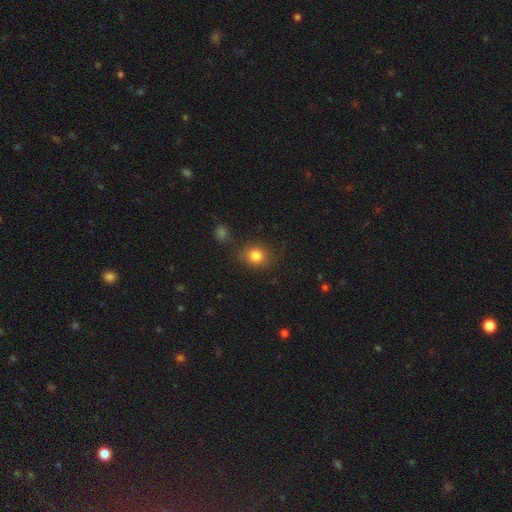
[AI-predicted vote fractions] Q: Smooth or featured?
A: smooth (83%); runner-up: star or artifact (11%)
Q: How rounded?
A: round (69%); runner-up: in between (30%)
Q: Merging?
A: none (77%); runner-up: minor disturbance (13%)